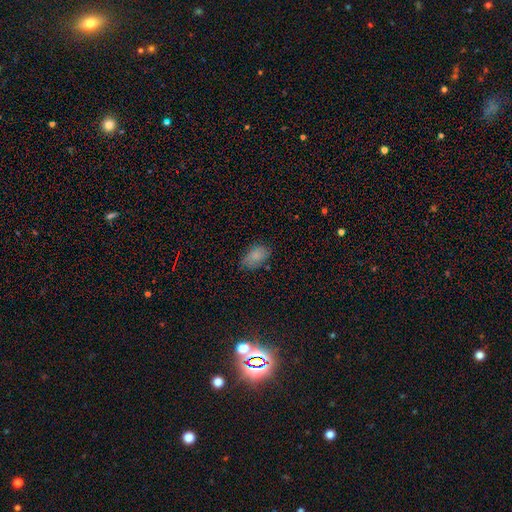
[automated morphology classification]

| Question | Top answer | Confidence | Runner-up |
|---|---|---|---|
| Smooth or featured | smooth | 80% | star or artifact (10%) |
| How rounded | in between | 90% | round (8%) |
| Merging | none | 69% | minor disturbance (24%) |